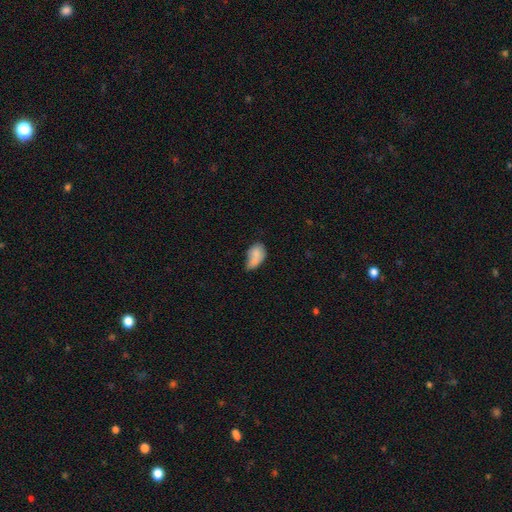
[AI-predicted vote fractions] A smooth galaxy with no disk features (78%) that is in between round and cigar-shaped (89%). Merging: minor disturbance (42%).